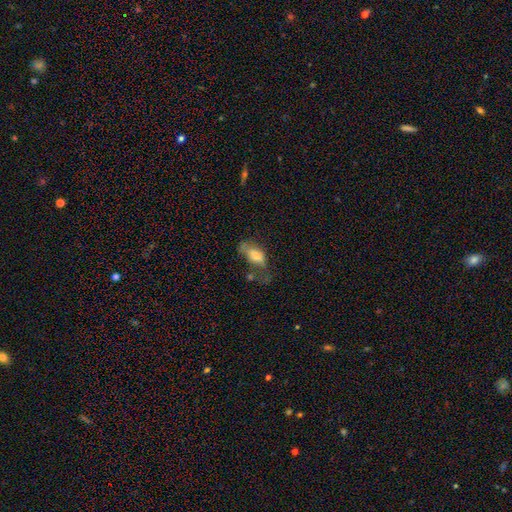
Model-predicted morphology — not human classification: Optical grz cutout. It shows a smooth galaxy with no disk features (65%) that is in between round and cigar-shaped (87%). Merging: major disturbance (40%).